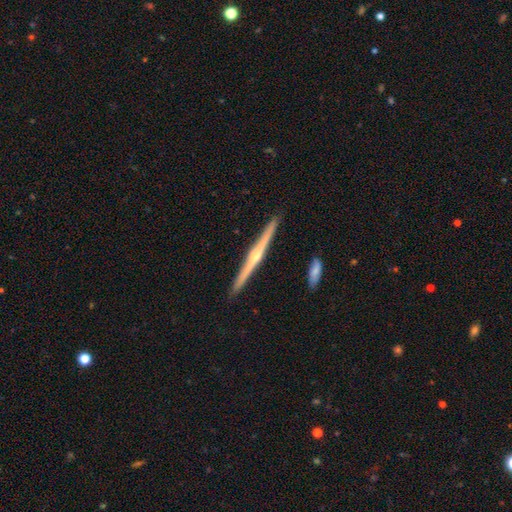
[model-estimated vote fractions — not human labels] A featured or disk galaxy (81%) viewed edge-on (99%) with a rounded central bulge (88%).

Vote fractions:
- Smooth or featured? featured or disk: 81% / smooth: 13% / star or artifact: 5%
- Edge-on disk? yes: 99% / no: 1%
- Edge-on bulge? rounded: 88% / none: 9% / boxy: 3%
- Merging? none: 92% / minor disturbance: 5% / merger: 1% / major disturbance: 1%